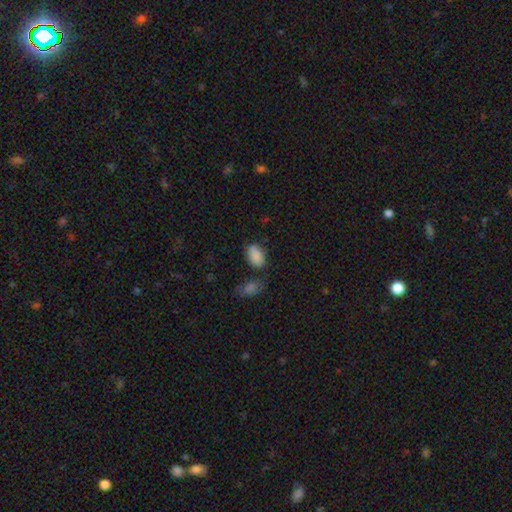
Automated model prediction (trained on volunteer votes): smooth-or-featured: smooth: 86% | star or artifact: 9% | featured or disk: 5%
  how-rounded: in between: 91% | round: 7% | cigar-shaped: 2%
  merging: none: 64% | minor disturbance: 21% | merger: 10% | major disturbance: 6%